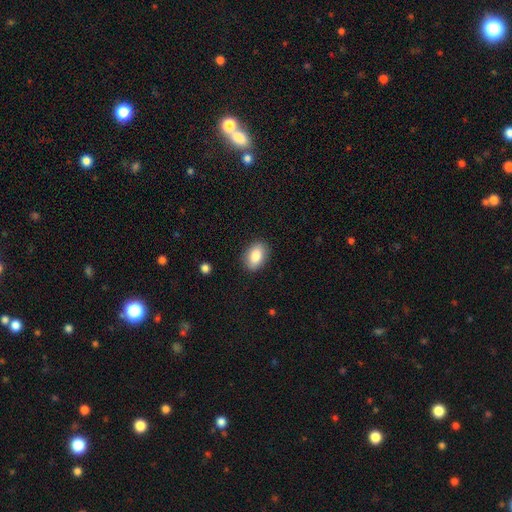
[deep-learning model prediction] Smooth or featured: smooth — 86% (featured or disk — 7%)
How rounded: in between — 89% (round — 9%)
Merging: none — 87% (minor disturbance — 10%)